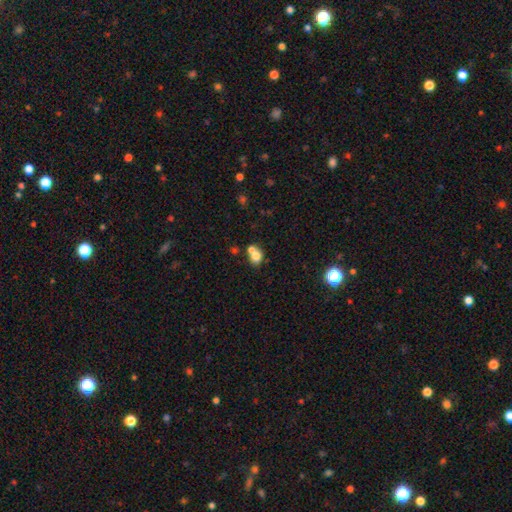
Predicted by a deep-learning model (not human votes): Q: Smooth or featured?
A: smooth (74%); runner-up: featured or disk (13%)
Q: How rounded?
A: round (61%); runner-up: in between (38%)
Q: Merging?
A: merger (53%); runner-up: none (36%)